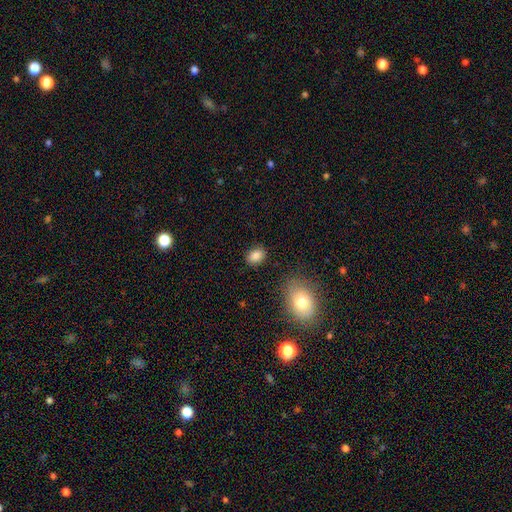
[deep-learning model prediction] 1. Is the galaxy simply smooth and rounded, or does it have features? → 85% smooth, 9% star or artifact, 5% featured or disk.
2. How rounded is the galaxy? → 70% in between, 29% round, 1% cigar-shaped.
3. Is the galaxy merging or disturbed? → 86% none, 9% minor disturbance, 3% major disturbance, 2% merger.